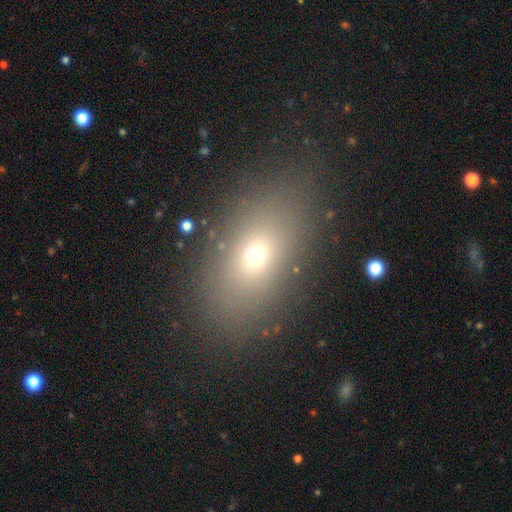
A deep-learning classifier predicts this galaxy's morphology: smooth 65%, star or artifact 19%, featured or disk 17%. Down the decision tree: how rounded — in between (78%); merging — none (81%).